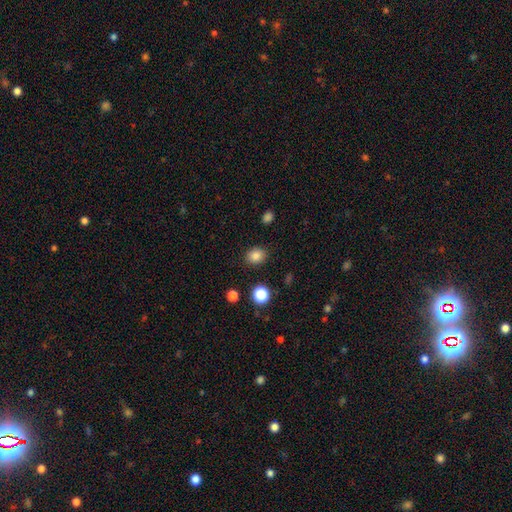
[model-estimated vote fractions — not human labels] Smooth or featured?
  - smooth: 84% *
  - star or artifact: 11%
  - featured or disk: 5%
How rounded?
  - round: 54% *
  - in between: 45%
  - cigar-shaped: 1%
Merging?
  - none: 87% *
  - minor disturbance: 8%
  - major disturbance: 3%
  - merger: 2%